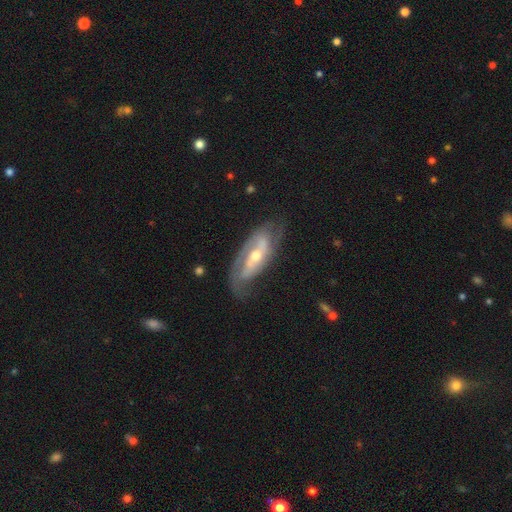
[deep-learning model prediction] A featured or disk galaxy (82%) with a weak bar (35%), 2 (72%) medium (41%) spiral arms (88%) and a moderate central bulge (58%).

Vote fractions:
- Smooth or featured? featured or disk: 82% / smooth: 13% / star or artifact: 5%
- Edge-on disk? no: 89% / yes: 11%
- Bar? weak: 35% / strong: 33% / no: 32%
- Spiral arms? yes: 88% / no: 12%
- Spiral winding? medium: 41% / tight: 37% / loose: 22%
- Spiral arm count? 2: 72% / can't tell: 15% / 1: 7% / 3: 3% / 4: 1% / more than 4: 1%
- Bulge size? moderate: 58% / small: 38% / large: 3% / none: 1% / dominant: 1%
- Merging? none: 67% / minor disturbance: 21% / major disturbance: 10% / merger: 2%